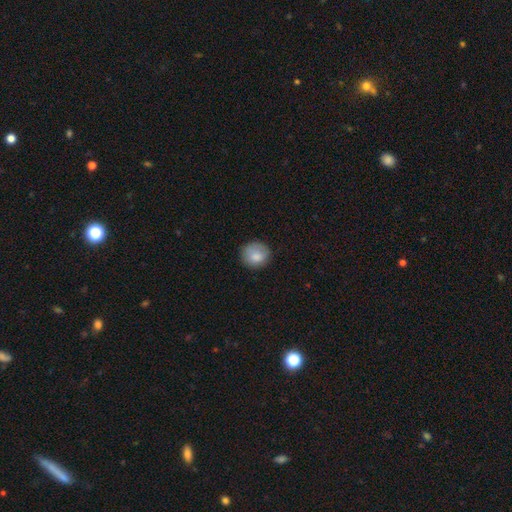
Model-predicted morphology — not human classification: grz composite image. It shows a smooth galaxy with no disk features (83%) that is round (84%). Merging: none (79%).